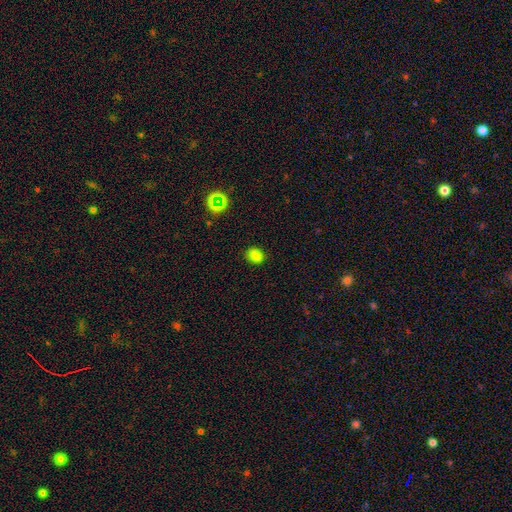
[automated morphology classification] smooth_or_featured: smooth (p=0.80) [alt: star or artifact p=0.16]
how_rounded: in between (p=0.50) [alt: round p=0.49]
merging: none (p=0.86) [alt: minor disturbance p=0.10]